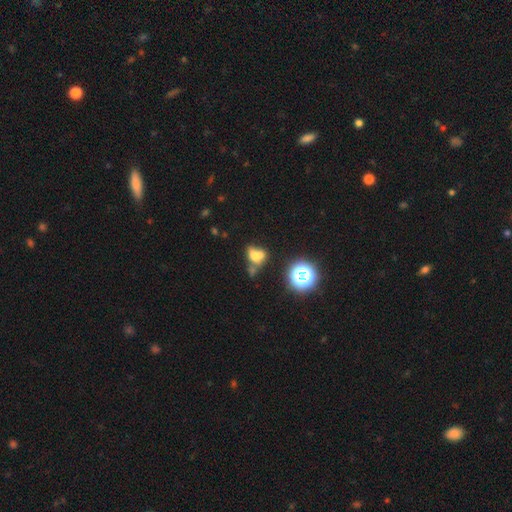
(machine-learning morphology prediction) A smooth galaxy with no disk features (56%) that is in between round and cigar-shaped (56%). Merging: merger (50%).